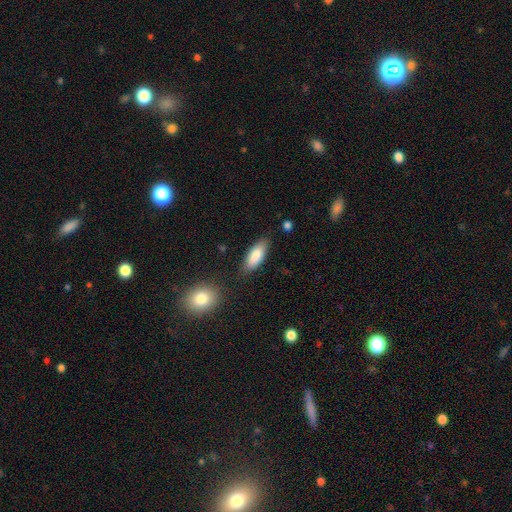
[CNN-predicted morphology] This is clearly a smooth galaxy (85%). How rounded: likely in between (76%). Merging: likely none (80%).